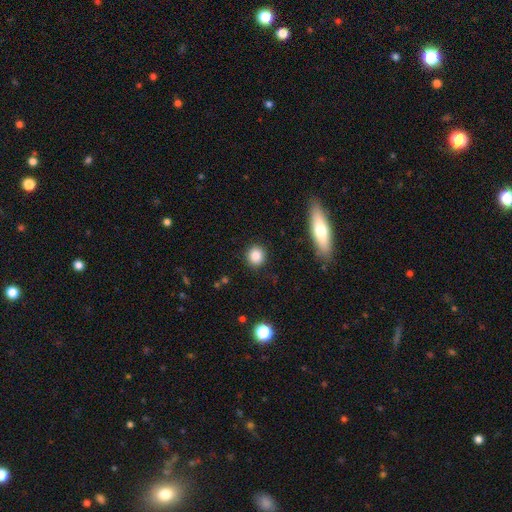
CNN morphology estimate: Smooth or featured? smooth (85%)
How rounded? round (88%)
Merging? none (90%)